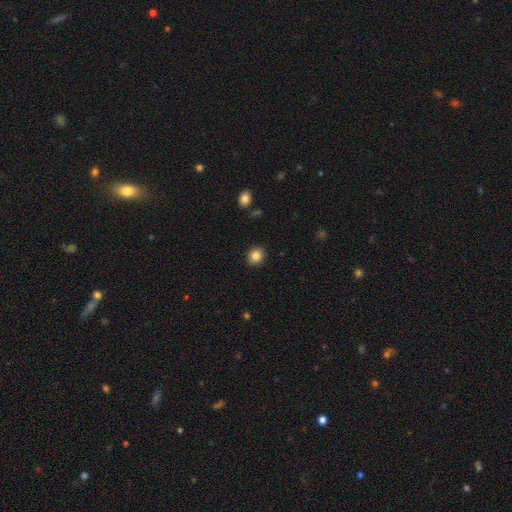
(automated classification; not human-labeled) Q: Smooth or featured?
A: smooth (85%); runner-up: star or artifact (9%)
Q: How rounded?
A: round (75%); runner-up: in between (24%)
Q: Merging?
A: none (91%); runner-up: minor disturbance (6%)